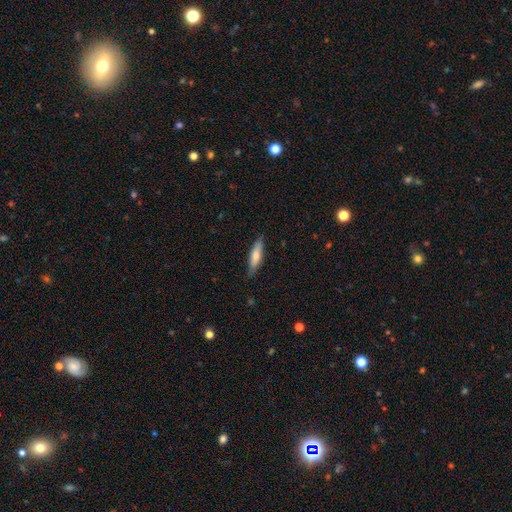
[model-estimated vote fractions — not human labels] A smooth galaxy with no disk features (67%) that is cigar-shaped (70%).

Vote fractions:
- Smooth or featured? smooth: 67% / featured or disk: 27% / star or artifact: 6%
- How rounded? cigar-shaped: 70% / in between: 29% / round: 2%
- Merging? none: 84% / minor disturbance: 13% / major disturbance: 2% / merger: 1%